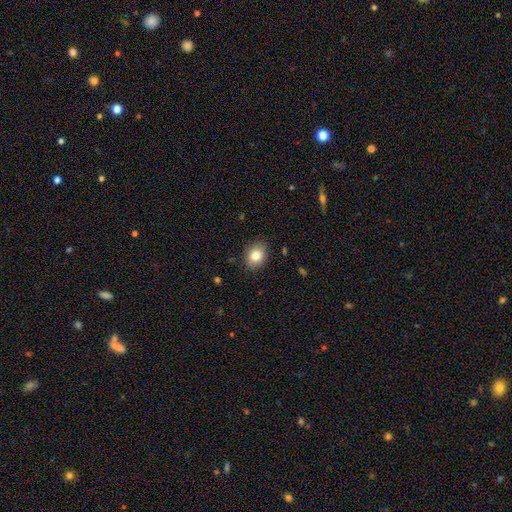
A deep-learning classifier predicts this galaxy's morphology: Q: Smooth or featured?
A: smooth (82%); runner-up: star or artifact (9%)
Q: How rounded?
A: in between (52%); runner-up: round (47%)
Q: Merging?
A: none (87%); runner-up: minor disturbance (10%)